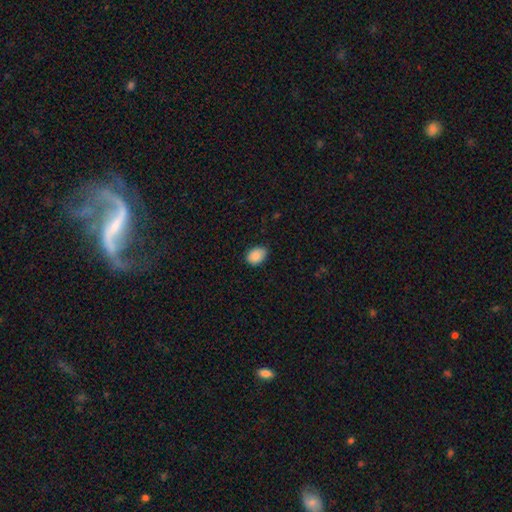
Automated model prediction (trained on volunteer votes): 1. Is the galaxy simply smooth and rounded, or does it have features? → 89% smooth, 8% star or artifact, 3% featured or disk.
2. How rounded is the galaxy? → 72% in between, 27% round, 1% cigar-shaped.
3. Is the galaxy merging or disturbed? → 75% none, 21% minor disturbance, 3% major disturbance, 1% merger.